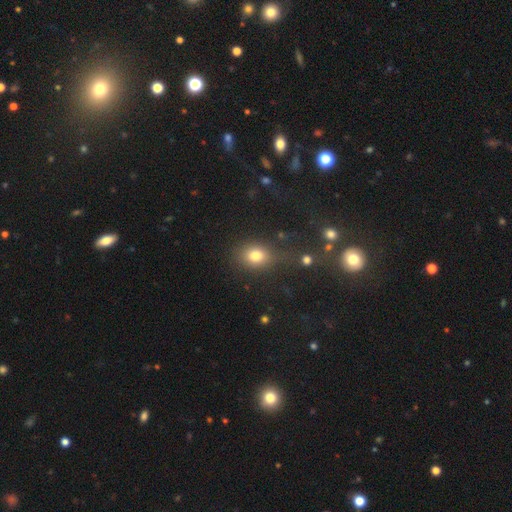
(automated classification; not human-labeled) Smooth or featured? smooth (78%)
How rounded? in between (52%)
Merging? none (65%)